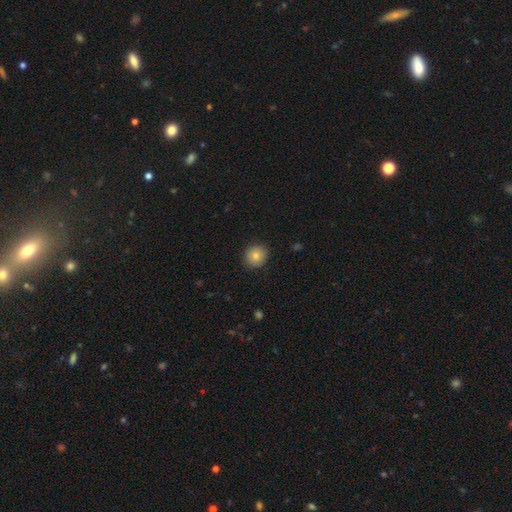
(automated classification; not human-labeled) Smooth or featured? Predicted: smooth (p=0.81). How rounded? Predicted: round (p=0.87). Merging? Predicted: none (p=0.89).